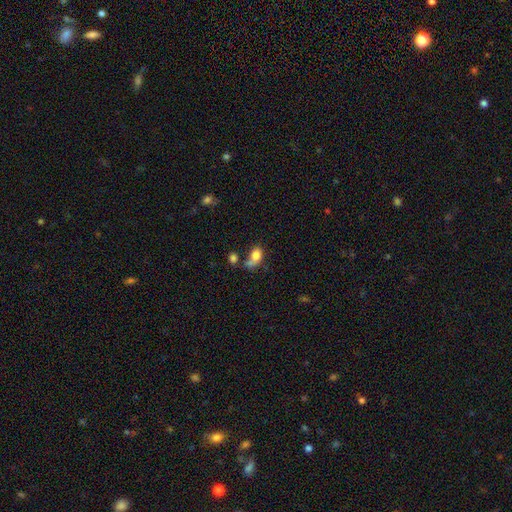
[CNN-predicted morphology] Overall: smooth (77%). How rounded: in between (72%). Merging: merger (36%; none 28%).